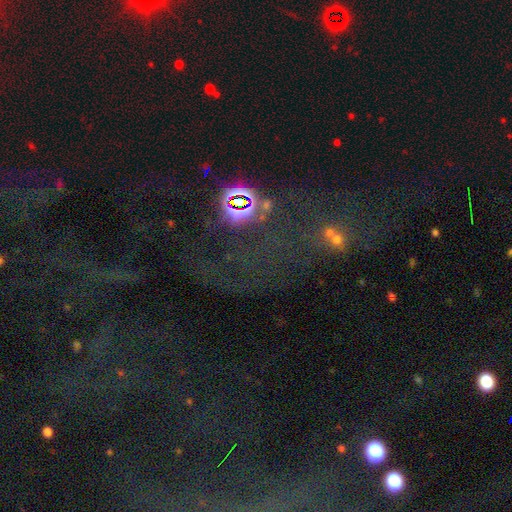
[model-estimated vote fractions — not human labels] Smooth or featured: star or artifact — 72% (smooth — 16%)